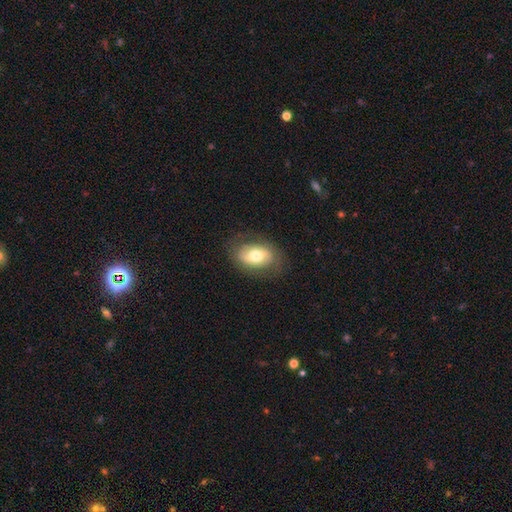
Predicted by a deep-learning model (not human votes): Smooth or featured? Predicted: smooth (p=0.57). How rounded? Predicted: in between (p=0.82). Merging? Predicted: none (p=0.78).